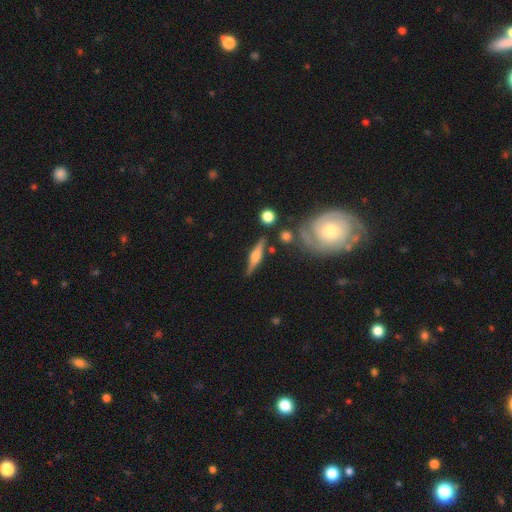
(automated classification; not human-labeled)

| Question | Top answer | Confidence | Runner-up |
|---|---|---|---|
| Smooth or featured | featured or disk | 68% | smooth (25%) |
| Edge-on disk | yes | 95% | no (5%) |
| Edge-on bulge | rounded | 80% | boxy (15%) |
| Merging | none | 80% | minor disturbance (12%) |